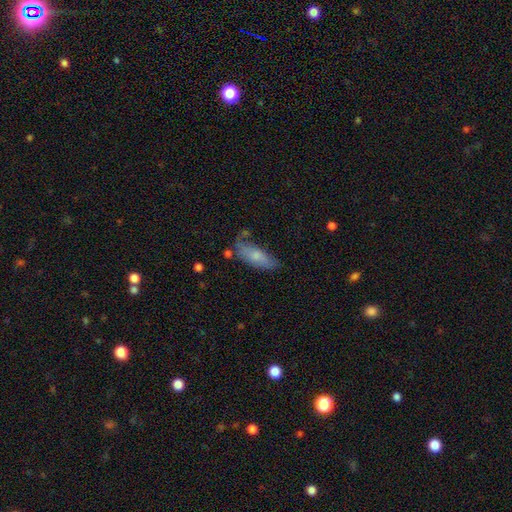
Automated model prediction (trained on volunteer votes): smooth-or-featured: smooth: 67% | featured or disk: 26% | star or artifact: 7%
  how-rounded: in between: 69% | cigar-shaped: 29% | round: 2%
  merging: none: 50% | minor disturbance: 30% | major disturbance: 13% | merger: 7%